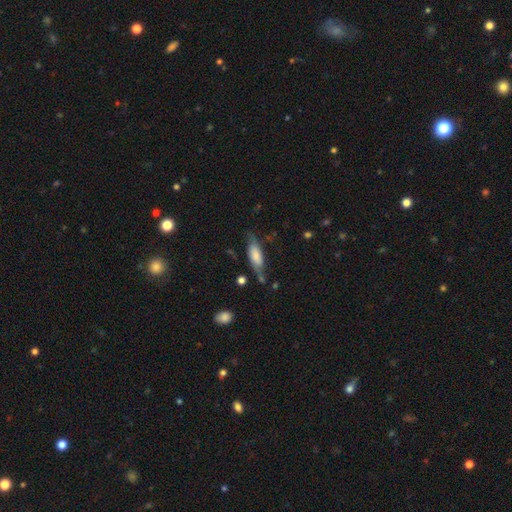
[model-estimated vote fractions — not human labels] Morphology: type=smooth (56%); roundness=in between (65%); merging=none (57%).